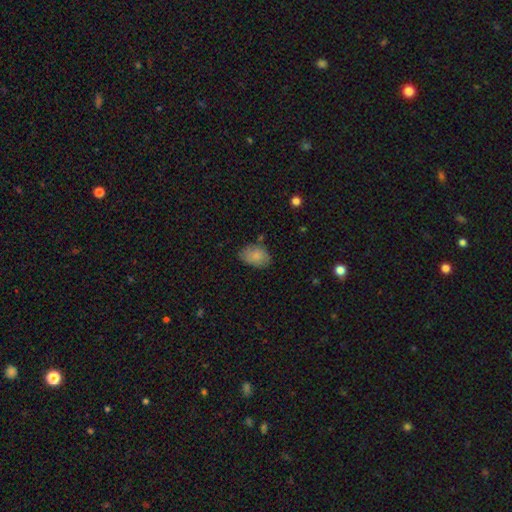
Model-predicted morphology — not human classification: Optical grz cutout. It shows a smooth galaxy with no disk features (82%) that is in between round and cigar-shaped (82%). Merging: none (73%).